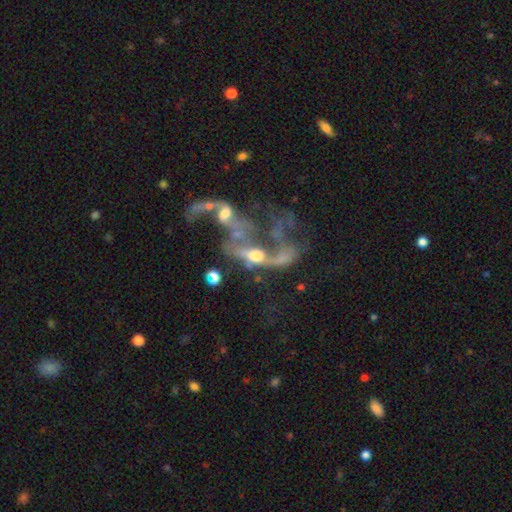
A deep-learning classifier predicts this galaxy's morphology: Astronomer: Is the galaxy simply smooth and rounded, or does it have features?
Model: featured or disk — 65%.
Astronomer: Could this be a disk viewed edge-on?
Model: no — 87%.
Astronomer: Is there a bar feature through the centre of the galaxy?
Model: no — 67%.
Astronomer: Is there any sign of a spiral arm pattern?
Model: yes — 55% (runner-up: no, 45%).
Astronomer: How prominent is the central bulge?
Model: moderate — 49%.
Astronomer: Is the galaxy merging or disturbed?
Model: merger — 64%.